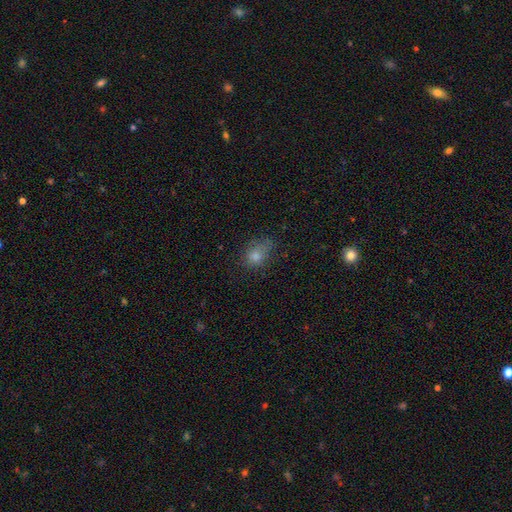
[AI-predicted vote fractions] A smooth galaxy with no disk features (73%) that is in between round and cigar-shaped (50%).

Vote fractions:
- Smooth or featured? smooth: 73% / star or artifact: 16% / featured or disk: 11%
- How rounded? in between: 50% / round: 49% / cigar-shaped: 2%
- Merging? none: 56% / minor disturbance: 29% / major disturbance: 12% / merger: 2%